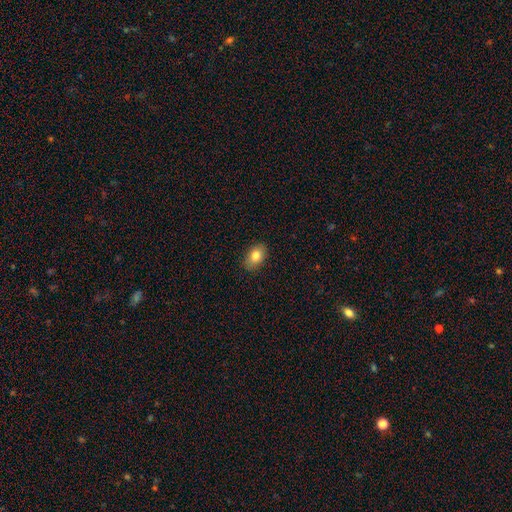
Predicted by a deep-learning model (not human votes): smooth_or_featured: smooth (p=0.81) [alt: featured or disk p=0.11]
how_rounded: in between (p=0.84) [alt: round p=0.14]
merging: none (p=0.88) [alt: minor disturbance p=0.09]